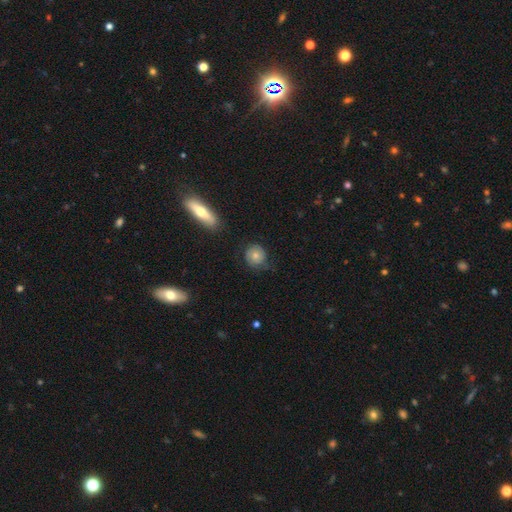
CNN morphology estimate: type=smooth (65%); roundness=round (86%); merging=none (68%).